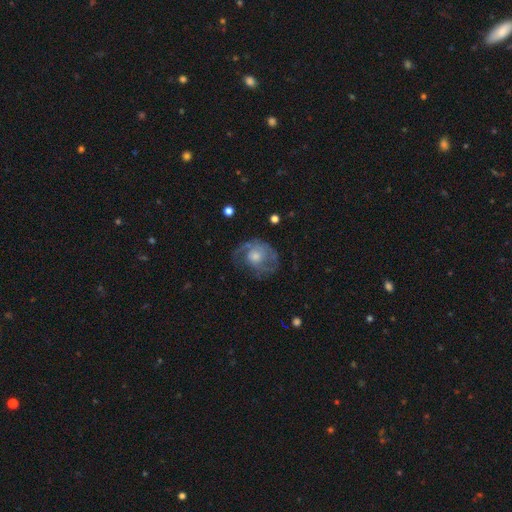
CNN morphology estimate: The model was most divided on "bulge size": moderate: 53%, small: 28%, large: 13%, none: 5%, dominant: 2%. More confident: edge-on disk — no (97%); bar — no (80%); spiral arms — yes (77%); smooth or featured — featured or disk (66%); merging — none (55%).